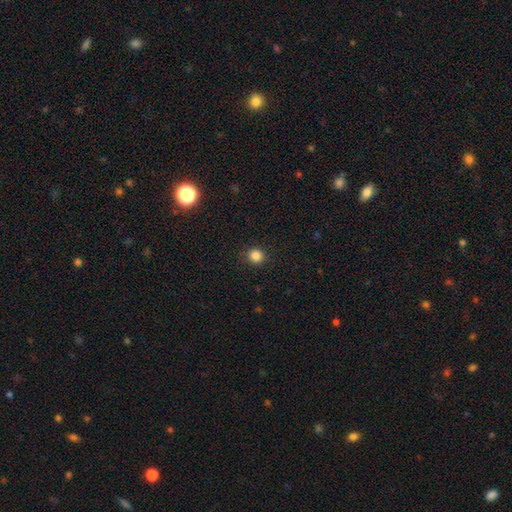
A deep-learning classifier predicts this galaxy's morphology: Smooth or featured?
  - smooth: 85% *
  - star or artifact: 12%
  - featured or disk: 4%
How rounded?
  - round: 90% *
  - in between: 9%
  - cigar-shaped: 1%
Merging?
  - none: 88% *
  - minor disturbance: 8%
  - major disturbance: 2%
  - merger: 1%